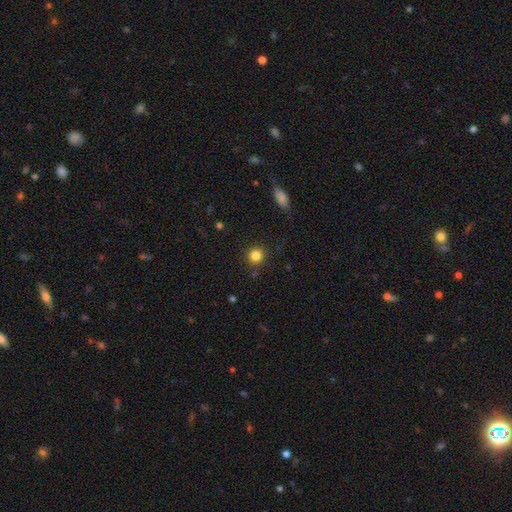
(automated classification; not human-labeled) The model was most divided on "smooth or featured": smooth: 84%, star or artifact: 12%, featured or disk: 5%. More confident: how rounded — round (90%); merging — none (87%).